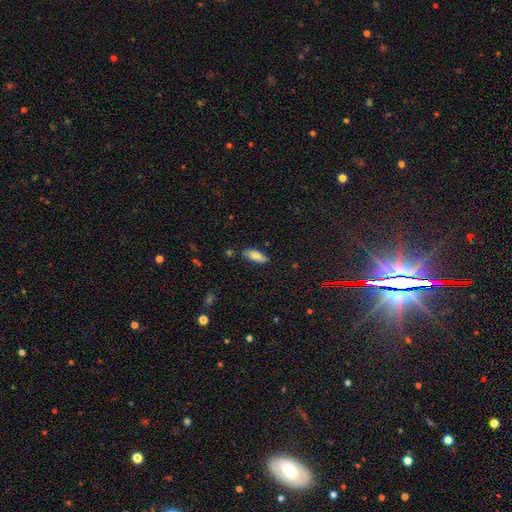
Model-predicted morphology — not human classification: smooth 83%, featured or disk 9%, star or artifact 7%. Down the decision tree: how rounded — in between (72%); merging — none (80%).